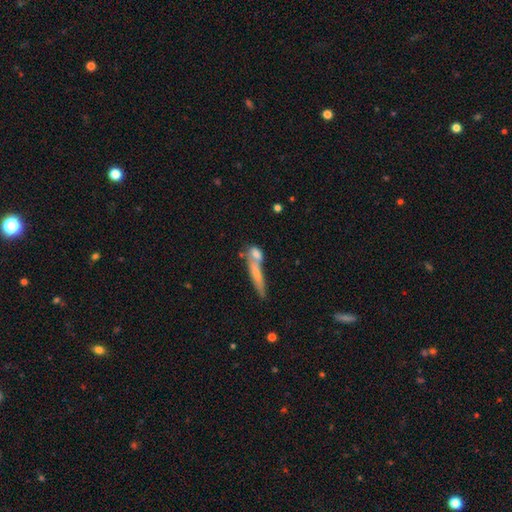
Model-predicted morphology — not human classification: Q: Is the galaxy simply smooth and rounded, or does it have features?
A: smooth — 64%.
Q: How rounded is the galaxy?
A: cigar-shaped — 50%.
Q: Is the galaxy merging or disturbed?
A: merger — 49%.